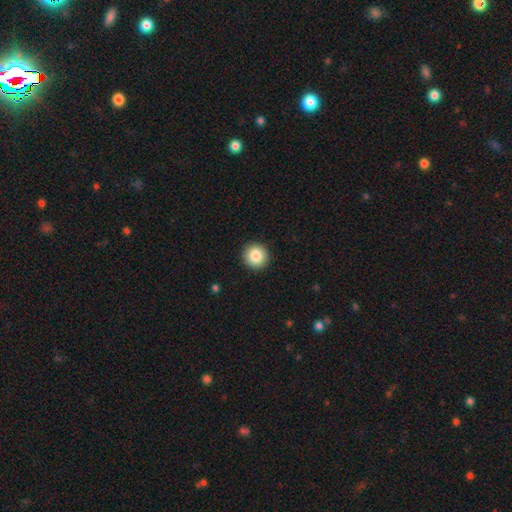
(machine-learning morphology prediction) Overall: smooth (85%). How rounded: round (96%). Merging: none (93%).